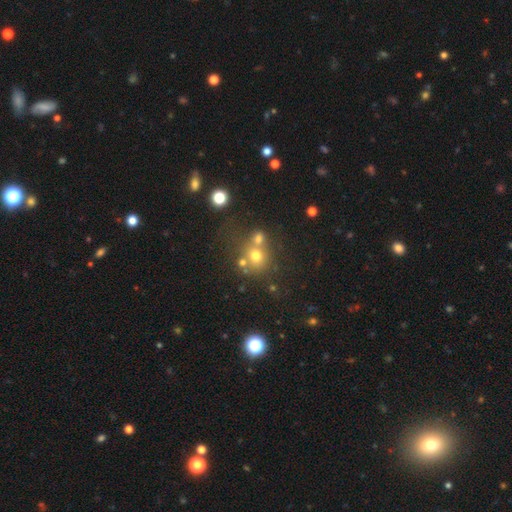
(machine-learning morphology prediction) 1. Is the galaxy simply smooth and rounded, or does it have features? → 64% smooth, 20% star or artifact, 16% featured or disk.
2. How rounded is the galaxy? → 82% round, 17% in between, 1% cigar-shaped.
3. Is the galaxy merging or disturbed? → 46% none, 39% merger, 9% minor disturbance, 6% major disturbance.